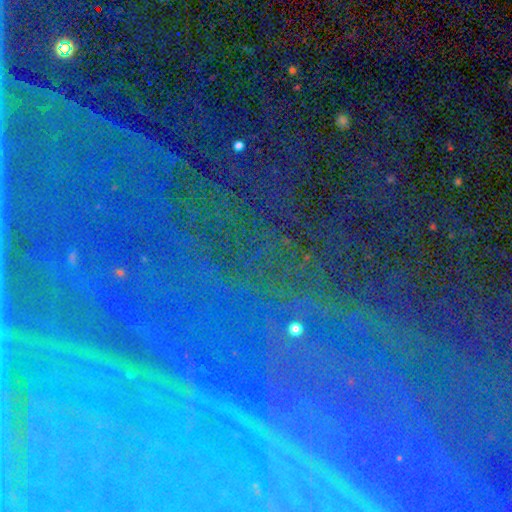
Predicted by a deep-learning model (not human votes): star or artifact 82%, featured or disk 10%, smooth 8%.